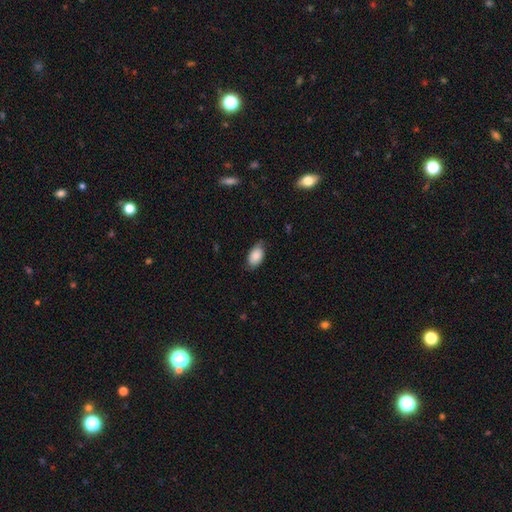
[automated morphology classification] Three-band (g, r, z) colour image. It shows a smooth galaxy with no disk features (85%) that is in between round and cigar-shaped (92%). Merging: none (71%).